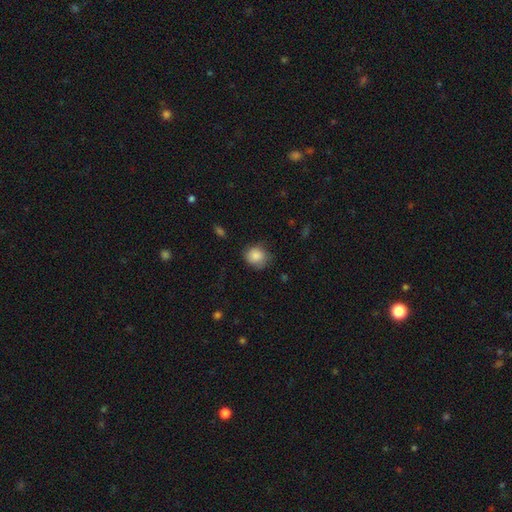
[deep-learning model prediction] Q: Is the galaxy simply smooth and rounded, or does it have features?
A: smooth — 86%.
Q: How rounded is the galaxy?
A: round — 74%.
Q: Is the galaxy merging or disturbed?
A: none — 68%.